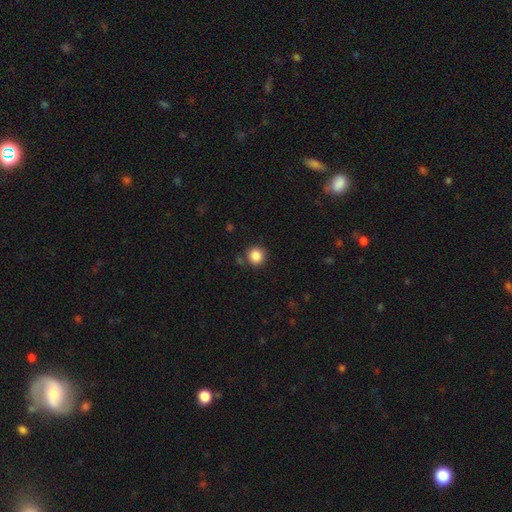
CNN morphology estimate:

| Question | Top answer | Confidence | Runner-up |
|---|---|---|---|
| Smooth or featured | smooth | 86% | star or artifact (11%) |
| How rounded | round | 94% | in between (5%) |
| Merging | none | 86% | minor disturbance (8%) |